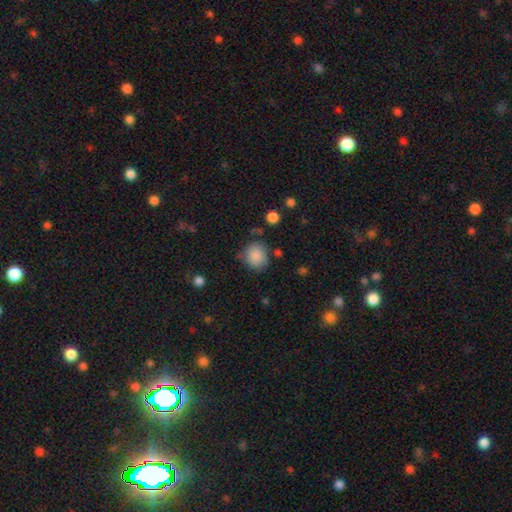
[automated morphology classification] Overall: smooth (86%). How rounded: round (75%). Merging: none (71%).